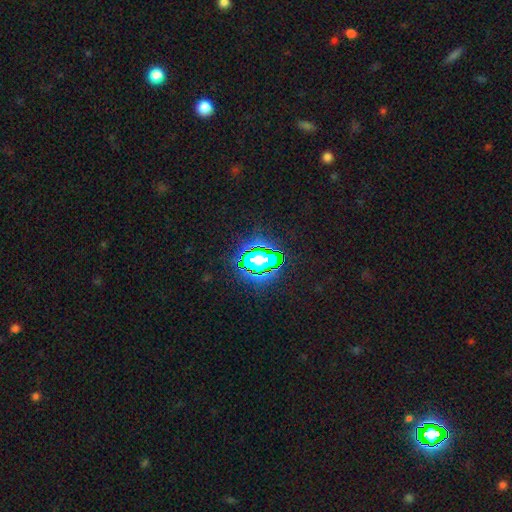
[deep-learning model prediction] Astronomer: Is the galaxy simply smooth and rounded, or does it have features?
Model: star or artifact — 58%.